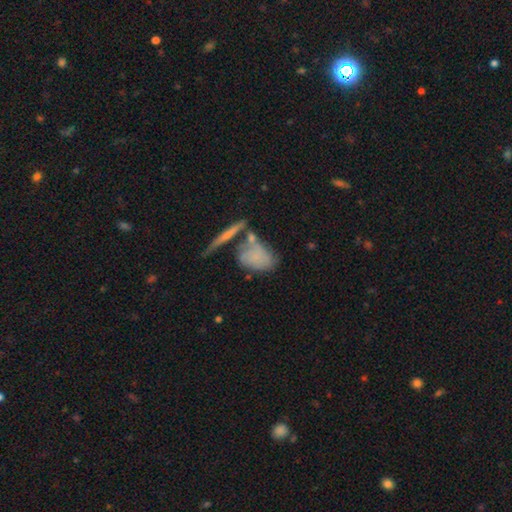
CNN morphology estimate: smooth-or-featured: smooth: 63% | featured or disk: 28% | star or artifact: 9%
  how-rounded: in between: 75% | round: 17% | cigar-shaped: 8%
  merging: none: 39% | merger: 28% | minor disturbance: 20% | major disturbance: 13%